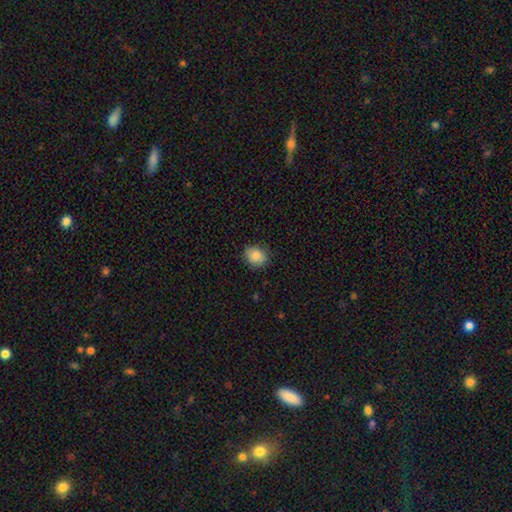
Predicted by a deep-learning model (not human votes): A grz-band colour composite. It shows a smooth galaxy with no disk features (86%) that is round (64%). Merging: none (82%).